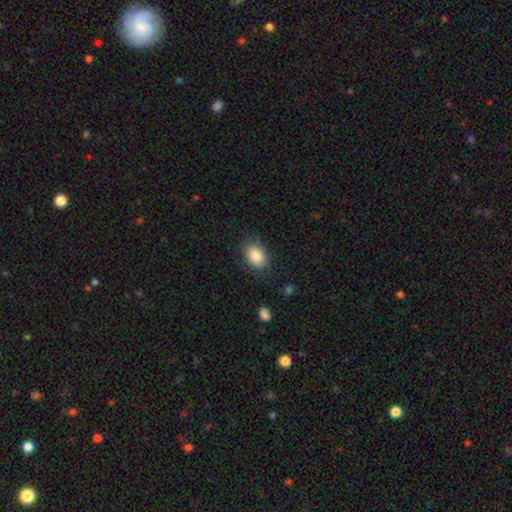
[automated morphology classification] This appears to be a smooth galaxy with no disk features (85%) that is in between round and cigar-shaped (76%). Merging: none (77%).